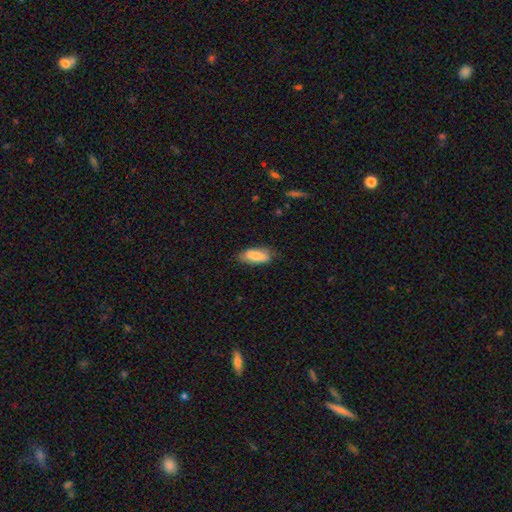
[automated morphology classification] Smooth or featured? smooth (81%)
How rounded? in between (73%)
Merging? none (74%)